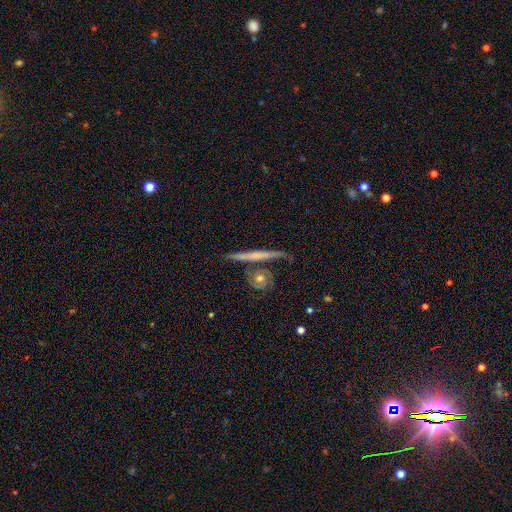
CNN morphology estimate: A featured or disk galaxy (61%) viewed edge-on (89%) with no central bulge (74%).

Vote fractions:
- Smooth or featured? featured or disk: 61% / smooth: 33% / star or artifact: 6%
- Edge-on disk? yes: 89% / no: 11%
- Edge-on bulge? none: 74% / rounded: 19% / boxy: 7%
- Merging? none: 75% / minor disturbance: 12% / merger: 10% / major disturbance: 3%